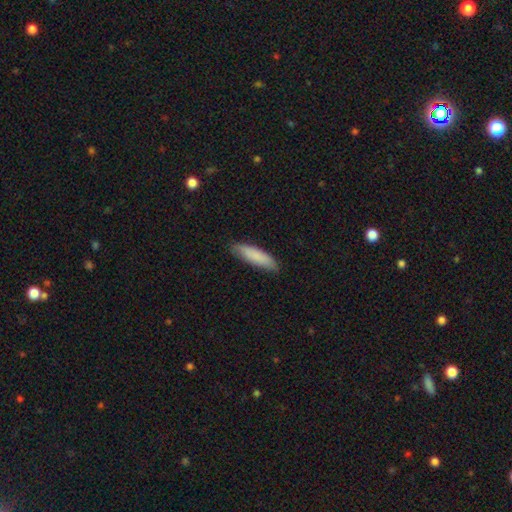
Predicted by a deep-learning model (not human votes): smooth 85%, featured or disk 9%, star or artifact 5%. Down the decision tree: how rounded — cigar-shaped (70%); merging — none (85%).